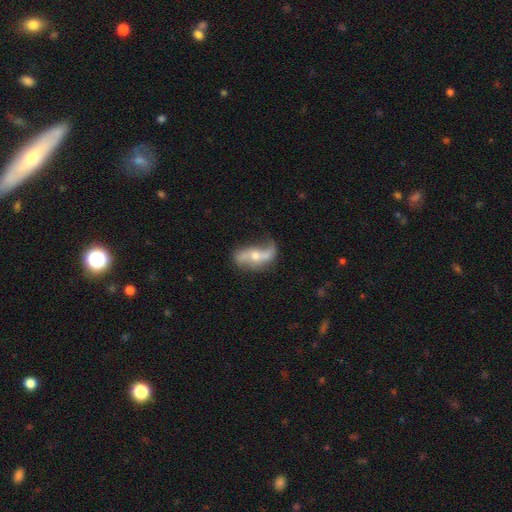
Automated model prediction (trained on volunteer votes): Smooth or featured? Predicted: featured or disk (p=0.76). Edge-on disk? Predicted: no (p=0.88). Bar? Predicted: no (p=0.48). Spiral arms? Predicted: yes (p=0.87). Spiral winding? Predicted: loose (p=0.85). Spiral arm count? Predicted: 2 (p=0.87). Bulge size? Predicted: moderate (p=0.53). Merging? Predicted: none (p=0.60).